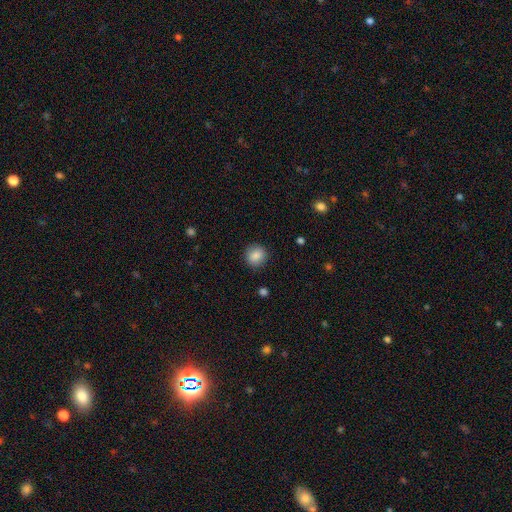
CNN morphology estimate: Smooth or featured? Predicted: smooth (p=0.87). How rounded? Predicted: round (p=0.88). Merging? Predicted: none (p=0.90).